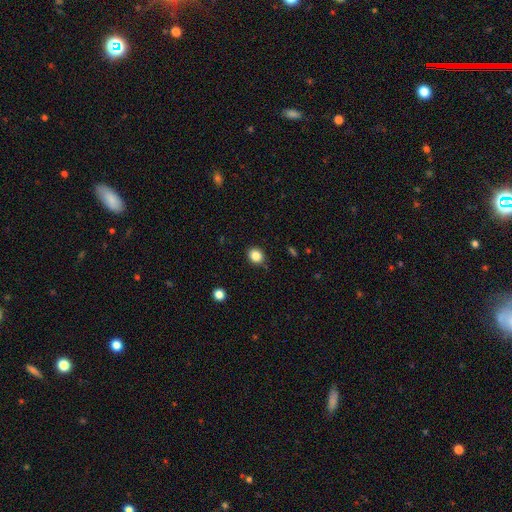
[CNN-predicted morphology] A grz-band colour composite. It shows a smooth galaxy with no disk features (85%) that is round (68%). Merging: none (86%).